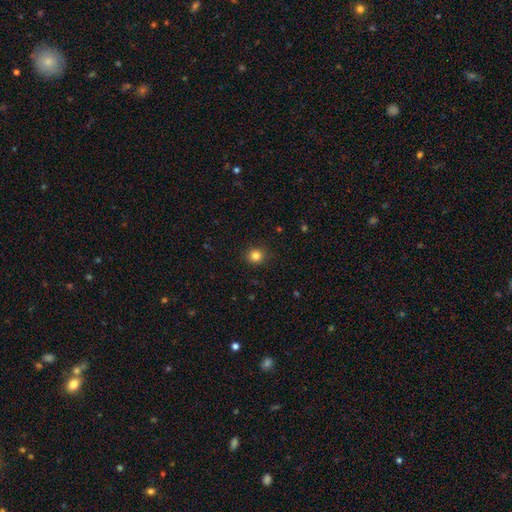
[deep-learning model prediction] Smooth or featured?
  - smooth: 83% *
  - star or artifact: 12%
  - featured or disk: 5%
How rounded?
  - round: 88% *
  - in between: 11%
  - cigar-shaped: 1%
Merging?
  - none: 91% *
  - minor disturbance: 6%
  - major disturbance: 2%
  - merger: 1%